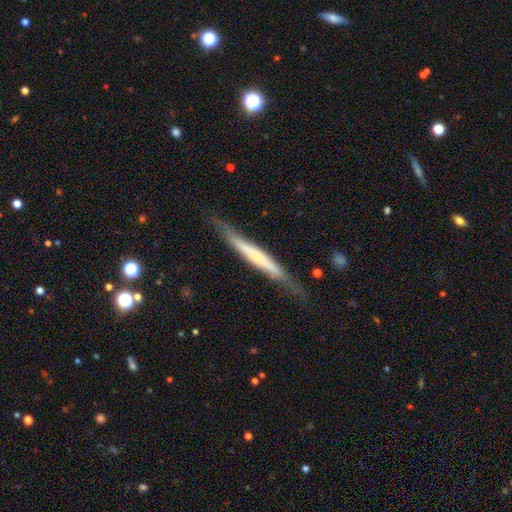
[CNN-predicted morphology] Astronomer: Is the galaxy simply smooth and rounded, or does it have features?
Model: featured or disk — 57% (runner-up: smooth, 37%).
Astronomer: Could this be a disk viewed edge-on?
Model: yes — 91%.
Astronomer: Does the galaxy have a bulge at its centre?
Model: none — 54% (runner-up: rounded, 35%).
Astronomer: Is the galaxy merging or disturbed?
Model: none — 75%.